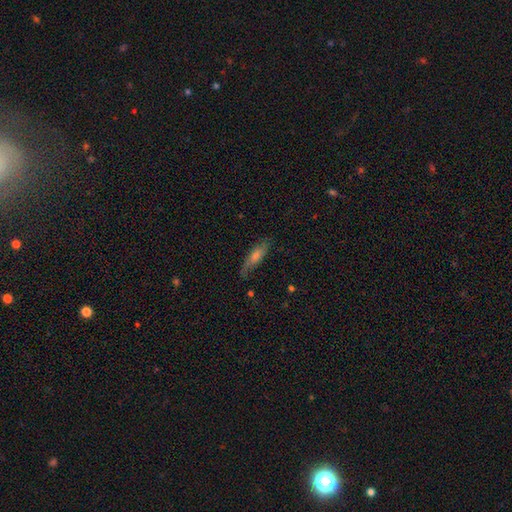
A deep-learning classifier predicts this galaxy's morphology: smooth 45%, featured or disk 44%, star or artifact 11%. Down the decision tree: merging — none (69%).